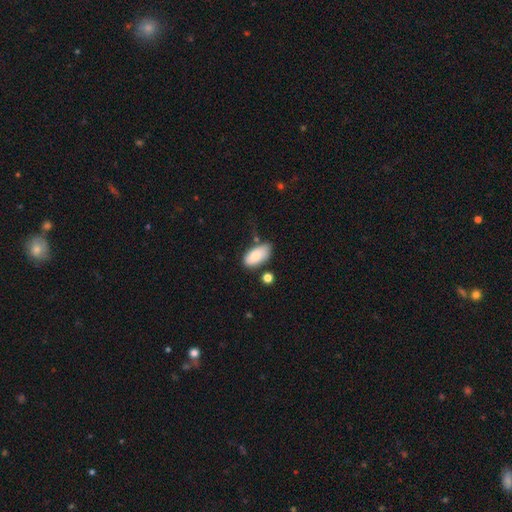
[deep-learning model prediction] Smooth or featured? smooth (84%)
How rounded? in between (93%)
Merging? none (62%)